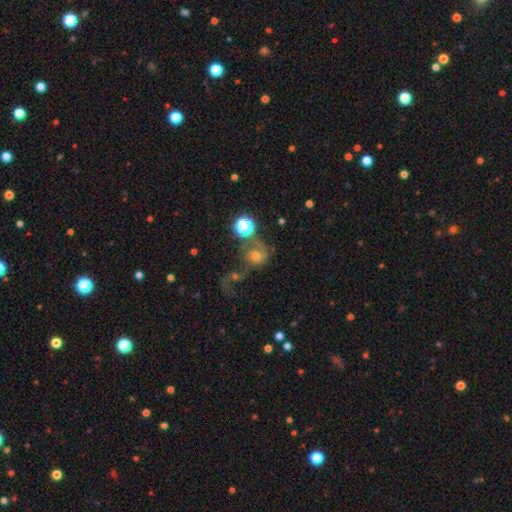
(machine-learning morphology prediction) This is possibly a smooth galaxy (48%). Merging: marginally merger (39%).